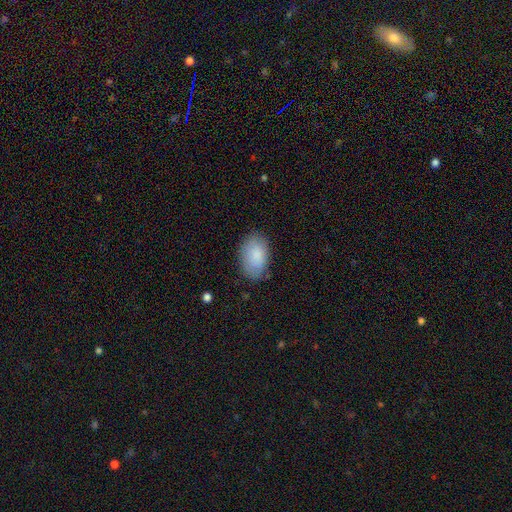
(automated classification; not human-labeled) A smooth galaxy with no disk features (87%) that is in between round and cigar-shaped (92%).

Vote fractions:
- Smooth or featured? smooth: 87% / featured or disk: 7% / star or artifact: 6%
- How rounded? in between: 92% / round: 7% / cigar-shaped: 1%
- Merging? none: 80% / minor disturbance: 15% / major disturbance: 3% / merger: 1%